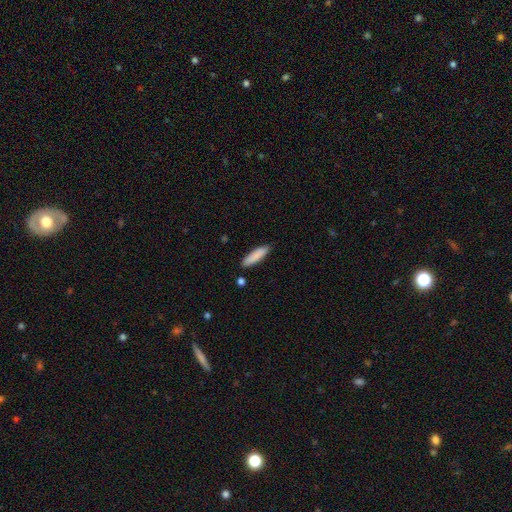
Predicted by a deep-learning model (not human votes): smooth-or-featured: smooth: 87% | featured or disk: 7% | star or artifact: 6%
  how-rounded: cigar-shaped: 70% | in between: 29% | round: 1%
  merging: none: 84% | minor disturbance: 11% | merger: 2% | major disturbance: 2%